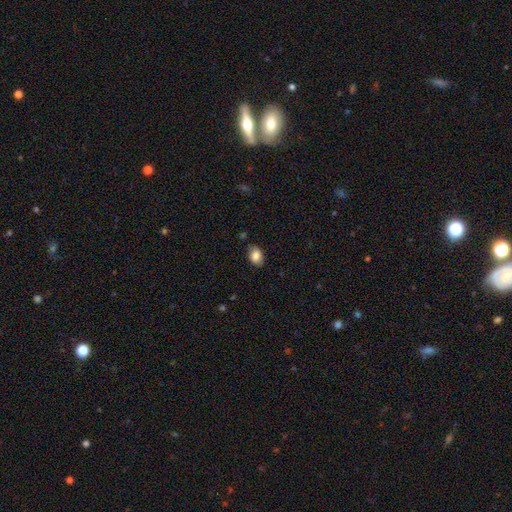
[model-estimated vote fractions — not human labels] Q: Smooth or featured?
A: smooth (83%); runner-up: featured or disk (9%)
Q: How rounded?
A: in between (82%); runner-up: round (17%)
Q: Merging?
A: none (81%); runner-up: minor disturbance (14%)